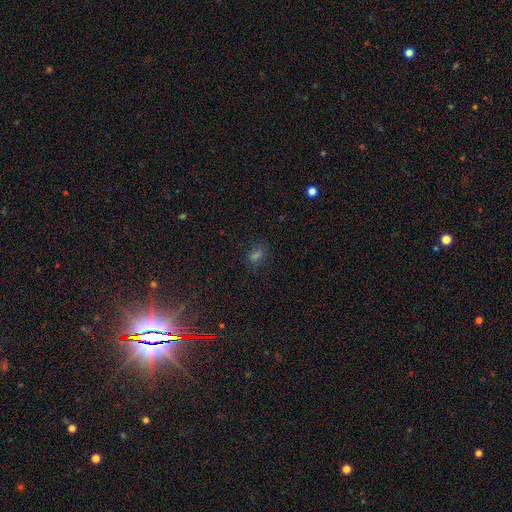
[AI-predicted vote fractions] Q: Smooth or featured?
A: smooth (50%); runner-up: star or artifact (39%)
Q: How rounded?
A: in between (72%); runner-up: round (24%)
Q: Merging?
A: none (76%); runner-up: minor disturbance (15%)